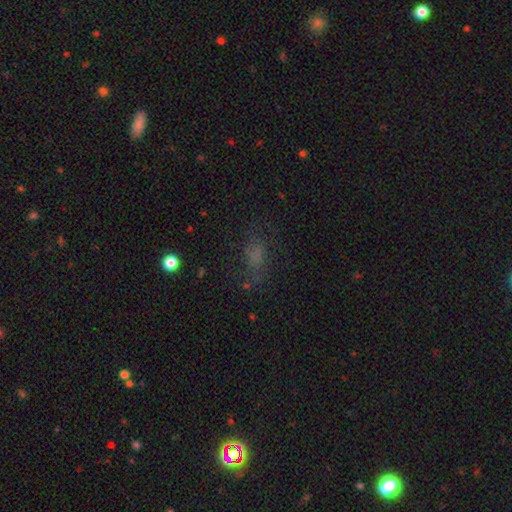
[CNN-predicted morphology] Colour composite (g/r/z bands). It shows a smooth galaxy with no disk features (54%) that is in between round and cigar-shaped (76%). Merging: none (57%).